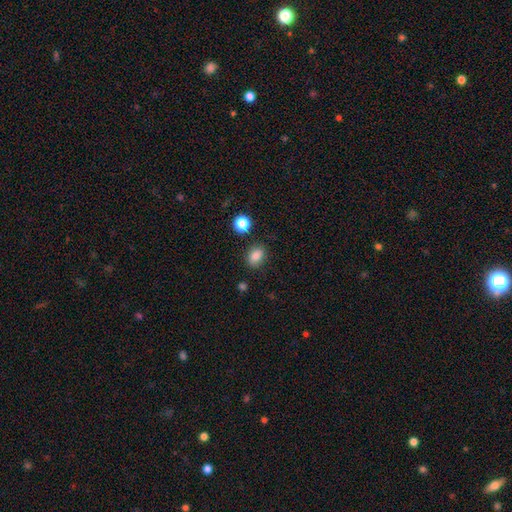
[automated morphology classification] The model was most divided on "how rounded": in between: 68%, round: 30%, cigar-shaped: 1%. More confident: smooth or featured — smooth (84%); merging — none (82%).